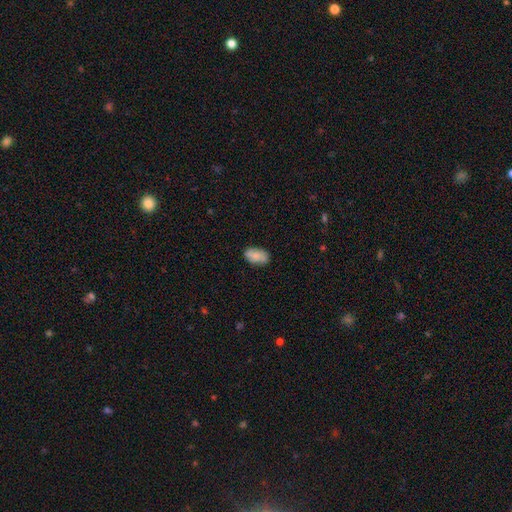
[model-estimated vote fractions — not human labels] Smooth or featured: smooth — 79% (featured or disk — 14%)
How rounded: in between — 93% (round — 5%)
Merging: none — 80% (minor disturbance — 16%)